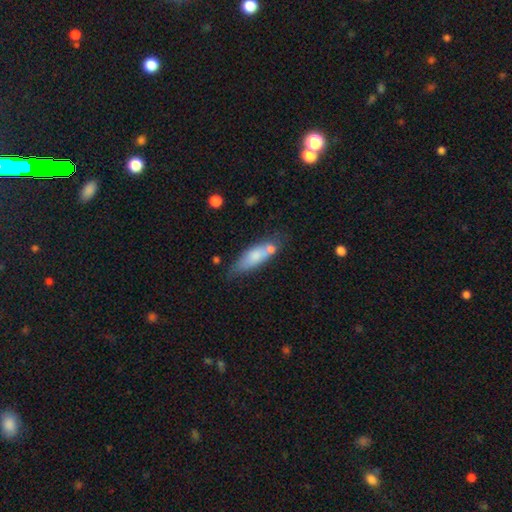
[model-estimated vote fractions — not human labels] smooth_or_featured: smooth (p=0.72) [alt: featured or disk p=0.21]
how_rounded: in between (p=0.54) [alt: cigar-shaped p=0.44]
merging: none (p=0.52) [alt: minor disturbance p=0.23]